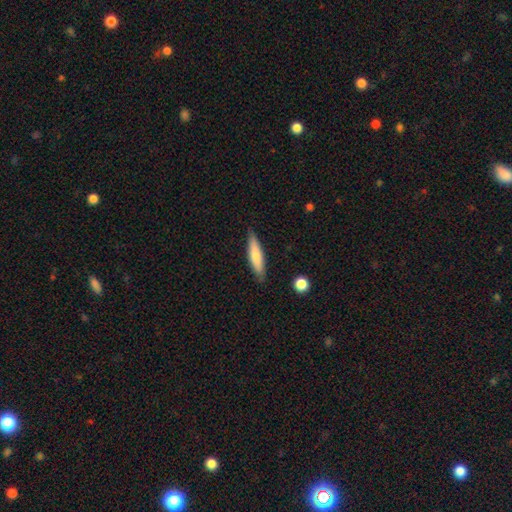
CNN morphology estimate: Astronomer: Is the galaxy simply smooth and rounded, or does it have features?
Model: smooth — 73%.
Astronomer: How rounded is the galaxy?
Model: cigar-shaped — 79%.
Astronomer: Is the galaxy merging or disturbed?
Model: none — 85%.